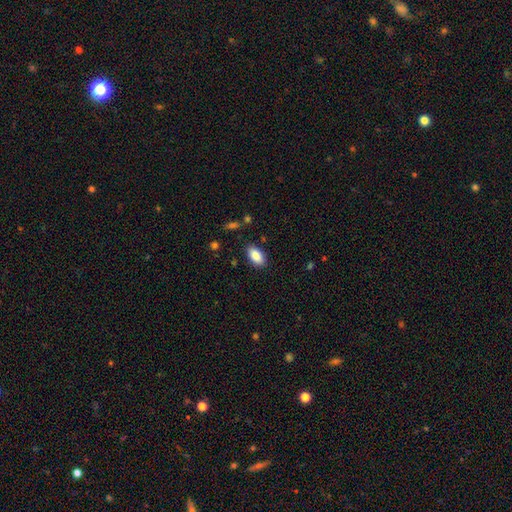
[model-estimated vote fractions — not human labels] A smooth galaxy with no disk features (88%) that is in between round and cigar-shaped (93%).

Vote fractions:
- Smooth or featured? smooth: 88% / star or artifact: 7% / featured or disk: 5%
- How rounded? in between: 93% / cigar-shaped: 4% / round: 3%
- Merging? none: 87% / minor disturbance: 9% / major disturbance: 2% / merger: 1%